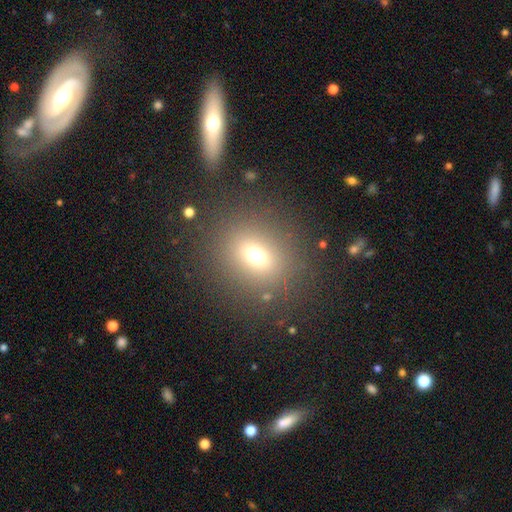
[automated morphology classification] This is likely a smooth galaxy (68%). How rounded: likely round (68%). Merging: clearly none (83%).